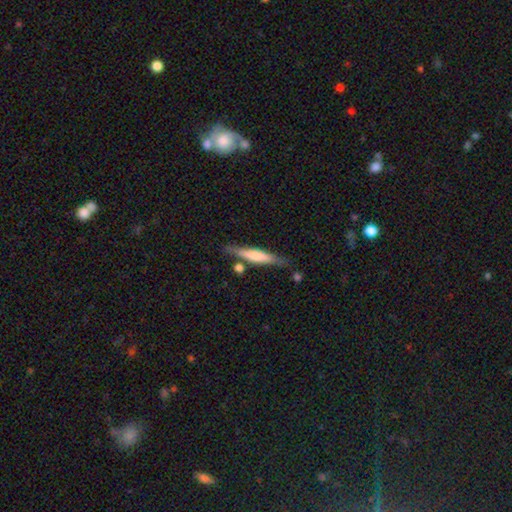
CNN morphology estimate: smooth 54%, featured or disk 40%, star or artifact 6%. Down the decision tree: how rounded — cigar-shaped (87%); merging — none (75%).